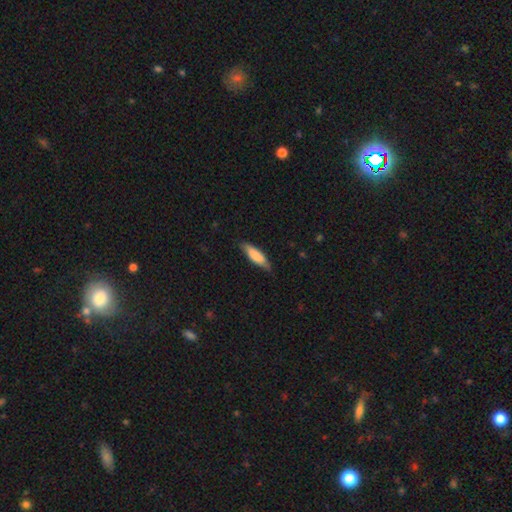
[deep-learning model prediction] Smooth or featured? Predicted: smooth (p=0.77). How rounded? Predicted: cigar-shaped (p=0.56). Merging? Predicted: none (p=0.76).